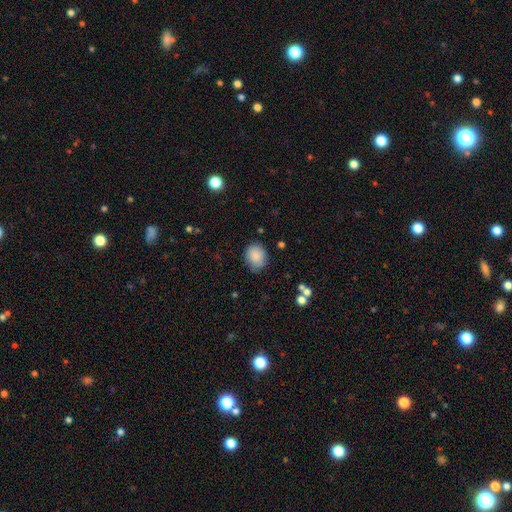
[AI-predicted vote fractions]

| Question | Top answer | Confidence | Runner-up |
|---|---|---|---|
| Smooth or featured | smooth | 87% | star or artifact (8%) |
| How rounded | round | 56% | in between (43%) |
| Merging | none | 75% | minor disturbance (19%) |